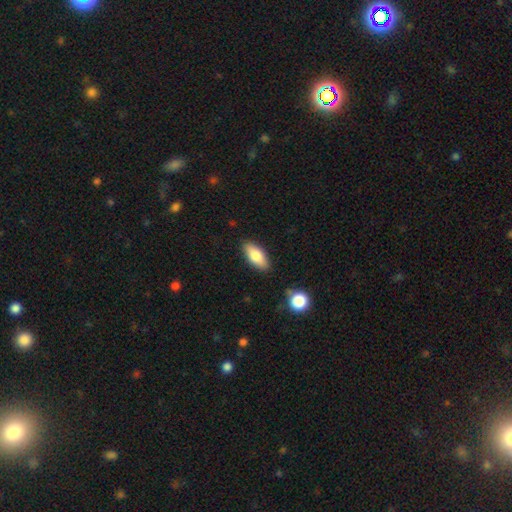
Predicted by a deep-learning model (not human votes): This appears to be a smooth galaxy with no disk features (79%) that is in between round and cigar-shaped (85%). Merging: none (85%).